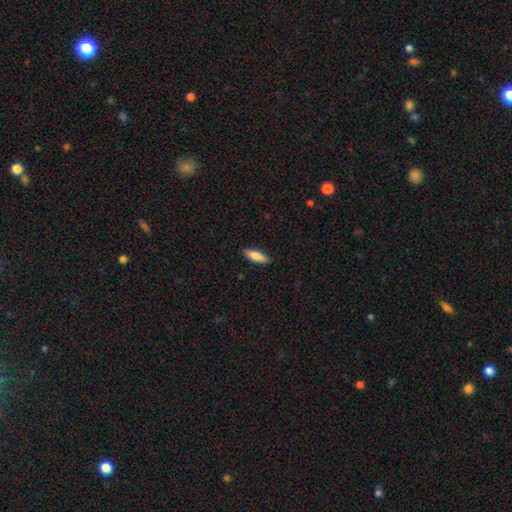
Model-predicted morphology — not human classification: Smooth or featured: smooth — 83% (featured or disk — 11%)
How rounded: in between — 61% (cigar-shaped — 37%)
Merging: none — 89% (minor disturbance — 8%)